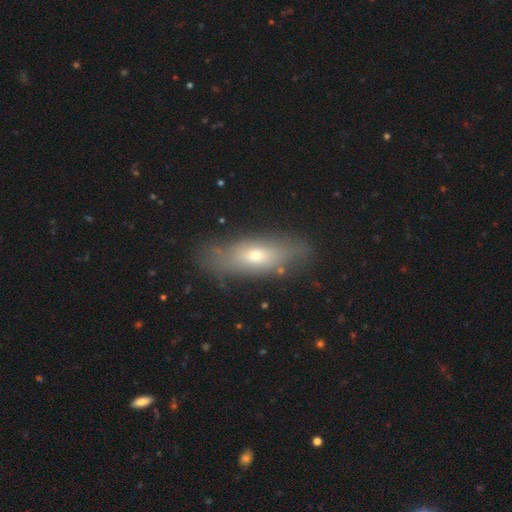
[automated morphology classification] Q: Smooth or featured?
A: smooth (56%); runner-up: featured or disk (35%)
Q: How rounded?
A: in between (54%); runner-up: cigar-shaped (42%)
Q: Merging?
A: none (78%); runner-up: minor disturbance (15%)